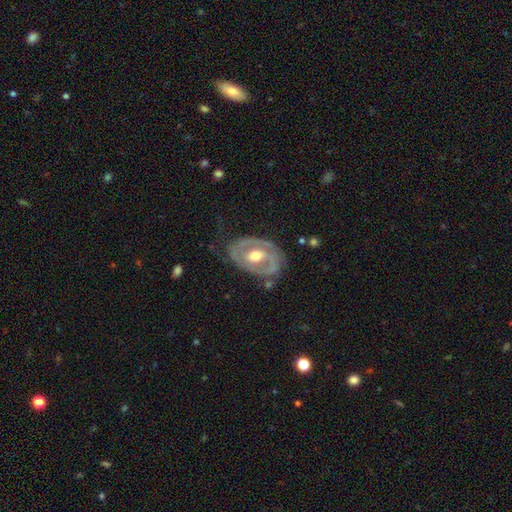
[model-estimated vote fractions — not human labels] The model was most divided on "bar": no: 40%, weak: 38%, strong: 22%. More confident: edge-on disk — no (95%); smooth or featured — featured or disk (79%); bulge size — moderate (77%); merging — none (68%); spiral arms — yes (64%).